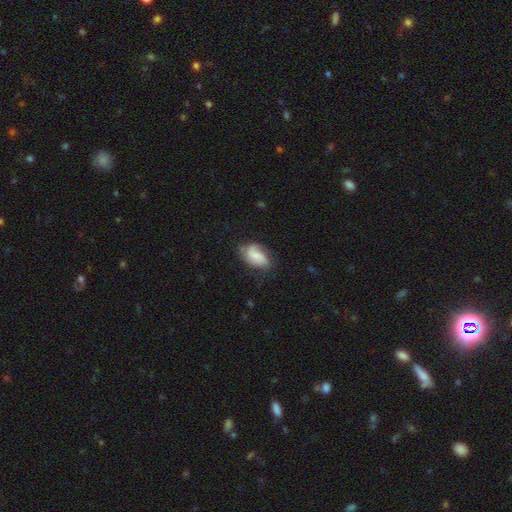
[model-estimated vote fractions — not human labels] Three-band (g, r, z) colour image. It shows a smooth galaxy with no disk features (59%) that is in between round and cigar-shaped (91%). Merging: none (54%).